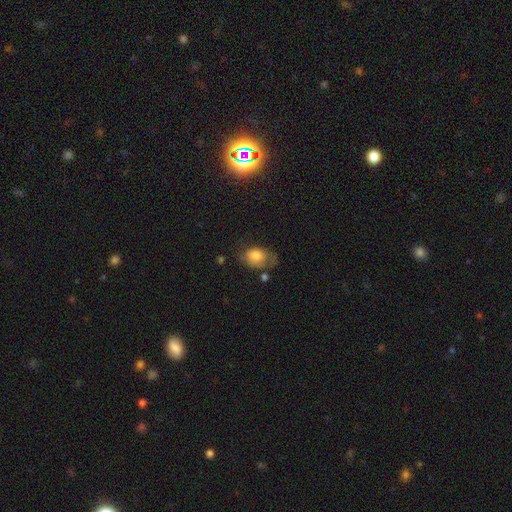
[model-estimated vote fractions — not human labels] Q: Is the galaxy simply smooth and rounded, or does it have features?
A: smooth — 69%.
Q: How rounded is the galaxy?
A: in between — 78%.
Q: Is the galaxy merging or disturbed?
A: none — 41%.